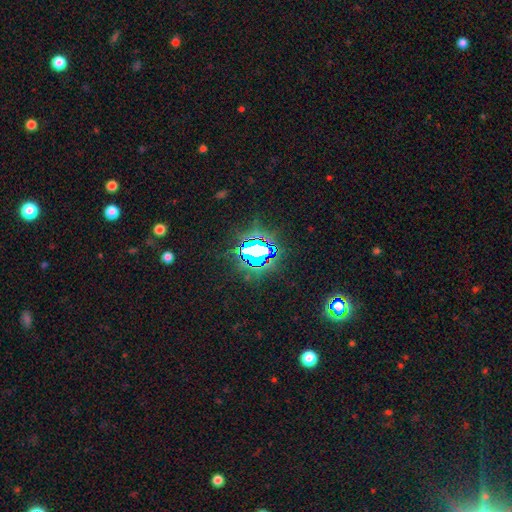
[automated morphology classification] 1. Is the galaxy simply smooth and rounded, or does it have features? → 80% star or artifact, 12% smooth, 8% featured or disk.